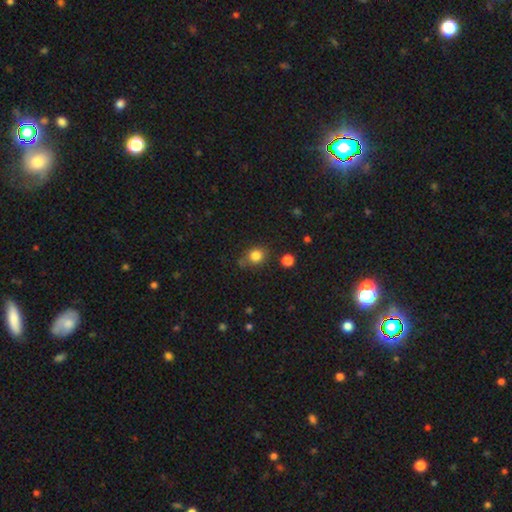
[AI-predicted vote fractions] A smooth galaxy with no disk features (82%) that is round (78%). Merging: none (73%).